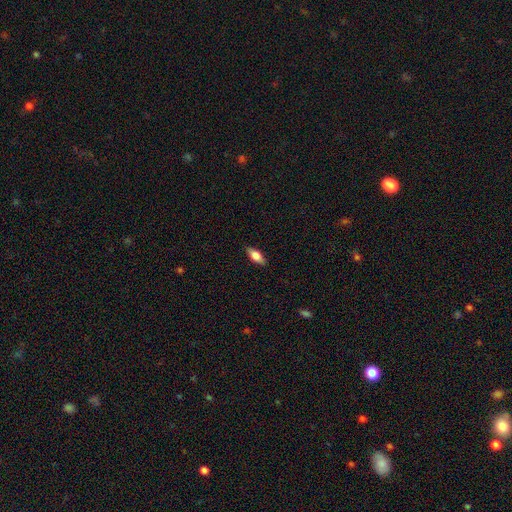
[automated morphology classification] This appears to be a smooth galaxy with no disk features (75%) that is in between round and cigar-shaped (79%). Merging: none (86%).